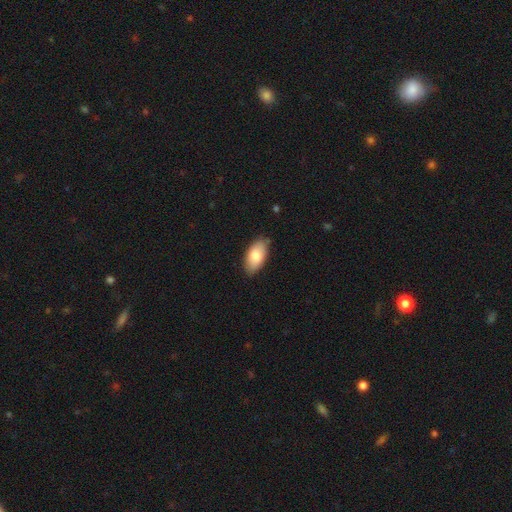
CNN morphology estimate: Smooth or featured?
  - smooth: 81% *
  - featured or disk: 13%
  - star or artifact: 6%
How rounded?
  - in between: 94% *
  - cigar-shaped: 3%
  - round: 3%
Merging?
  - none: 83% *
  - minor disturbance: 14%
  - major disturbance: 2%
  - merger: 1%